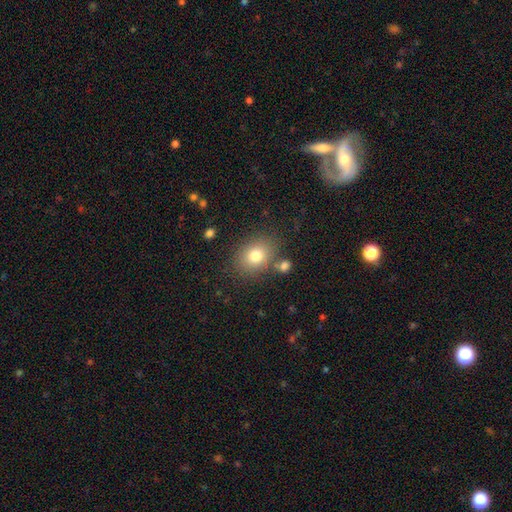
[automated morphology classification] Smooth or featured? smooth (78%)
How rounded? round (51%)
Merging? none (76%)